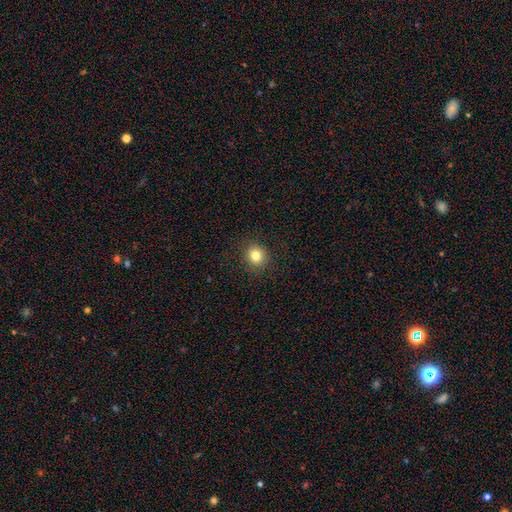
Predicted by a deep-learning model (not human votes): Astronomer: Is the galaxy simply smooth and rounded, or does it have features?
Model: smooth — 82%.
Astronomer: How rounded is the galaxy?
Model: round — 87%.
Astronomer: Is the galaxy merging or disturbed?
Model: none — 90%.